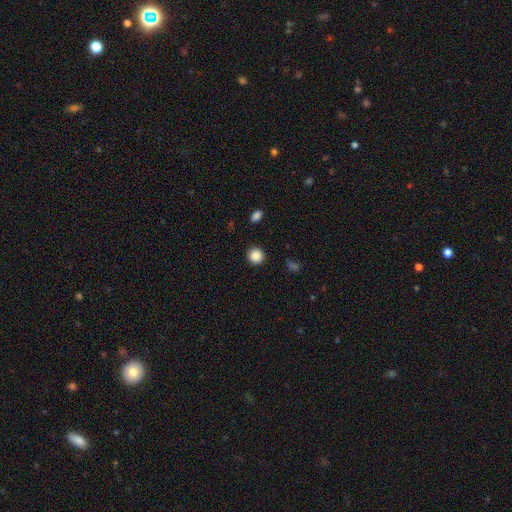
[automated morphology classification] This appears to be a smooth galaxy with no disk features (87%) that is round (92%). Merging: none (91%).